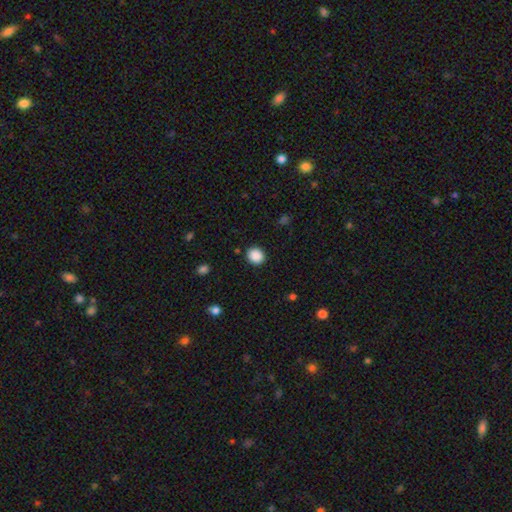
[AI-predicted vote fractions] Overall: smooth (89%). How rounded: round (78%). Merging: none (90%).